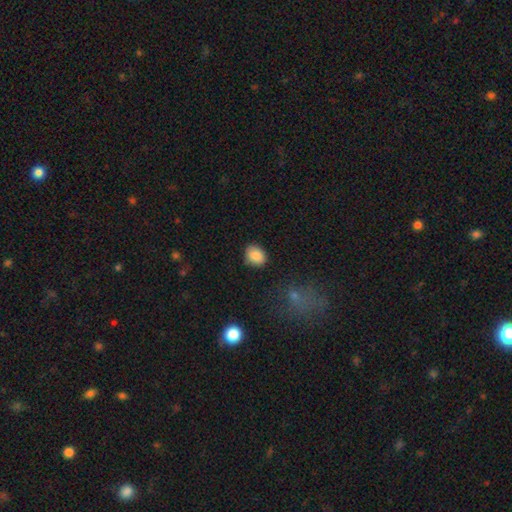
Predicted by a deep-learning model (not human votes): Smooth or featured? Predicted: smooth (p=0.87). How rounded? Predicted: in between (p=0.50). Merging? Predicted: none (p=0.82).